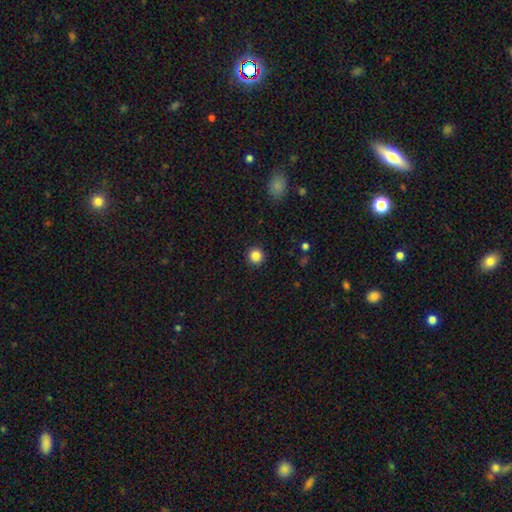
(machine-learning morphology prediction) smooth_or_featured: smooth (p=0.85) [alt: star or artifact p=0.11]
how_rounded: round (p=0.95) [alt: in between p=0.04]
merging: none (p=0.92) [alt: minor disturbance p=0.05]